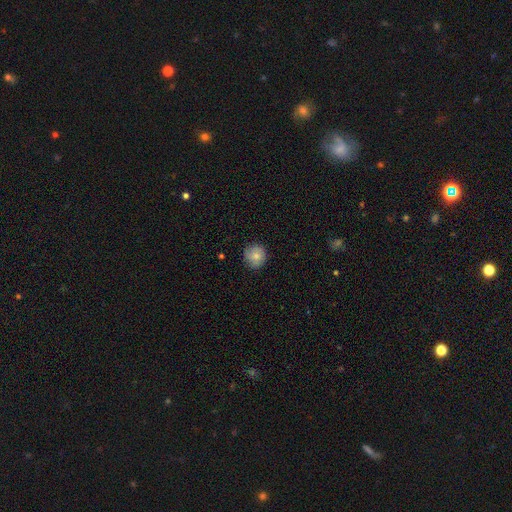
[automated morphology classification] Smooth or featured?
  - smooth: 79% *
  - featured or disk: 14%
  - star or artifact: 8%
How rounded?
  - round: 92% *
  - in between: 7%
  - cigar-shaped: 1%
Merging?
  - none: 81% *
  - minor disturbance: 15%
  - major disturbance: 3%
  - merger: 1%